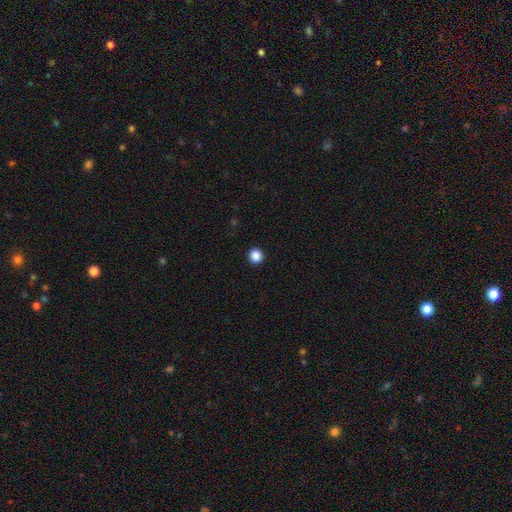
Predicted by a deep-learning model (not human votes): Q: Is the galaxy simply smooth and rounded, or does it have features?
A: smooth — 87%.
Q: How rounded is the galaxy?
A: round — 93%.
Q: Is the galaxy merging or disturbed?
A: none — 93%.